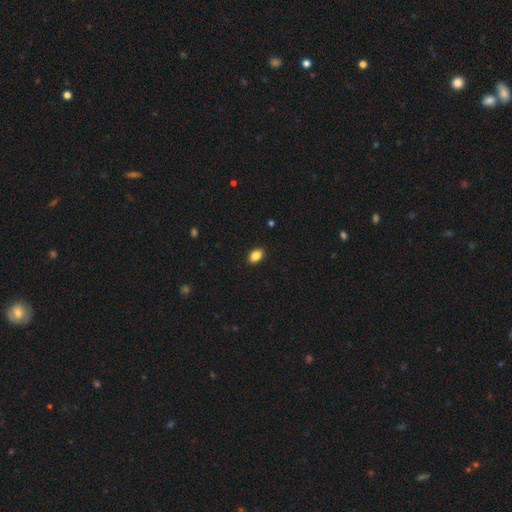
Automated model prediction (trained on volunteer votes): Smooth or featured: smooth — 86% (star or artifact — 9%)
How rounded: in between — 86% (round — 13%)
Merging: none — 91% (minor disturbance — 7%)